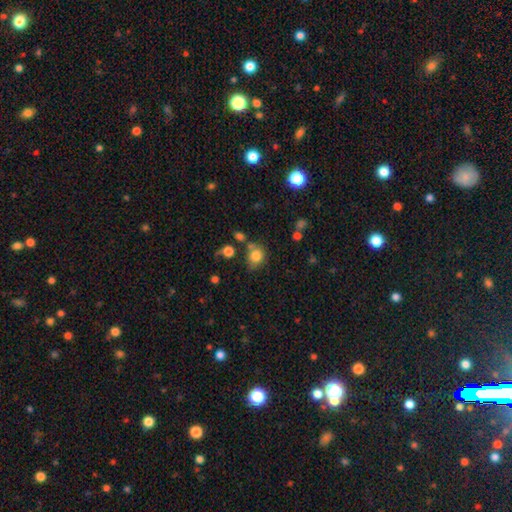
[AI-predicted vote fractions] Q: Smooth or featured?
A: smooth (80%); runner-up: star or artifact (11%)
Q: How rounded?
A: round (73%); runner-up: in between (26%)
Q: Merging?
A: none (58%); runner-up: minor disturbance (19%)